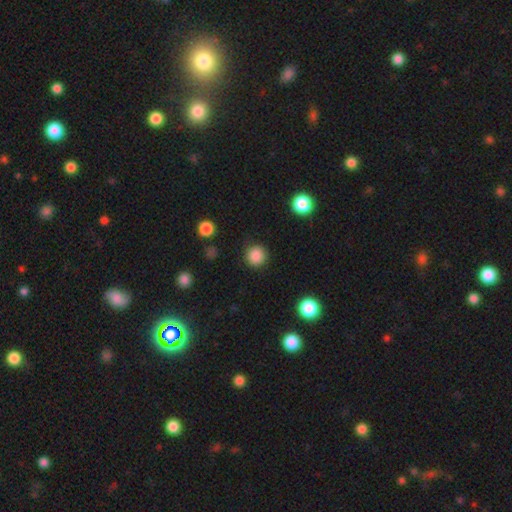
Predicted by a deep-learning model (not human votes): The model was most divided on "smooth or featured": smooth: 87%, star or artifact: 10%, featured or disk: 3%. More confident: how rounded — round (95%); merging — none (90%).